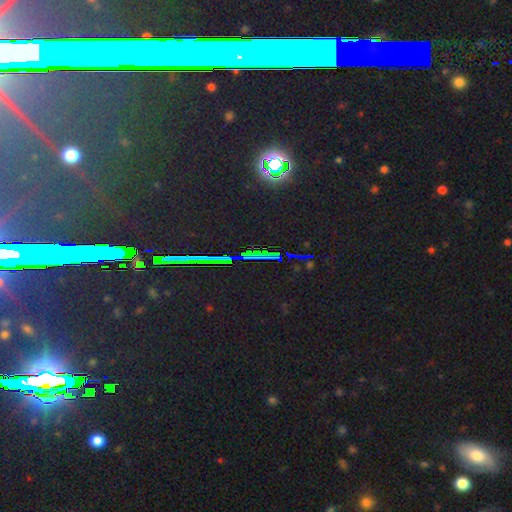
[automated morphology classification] star or artifact 84%, featured or disk 8%, smooth 8%.